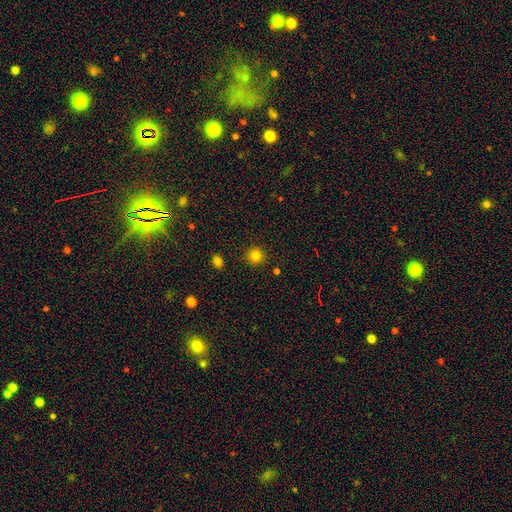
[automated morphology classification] A smooth galaxy with no disk features (81%) that is round (94%).

Vote fractions:
- Smooth or featured? smooth: 81% / star or artifact: 13% / featured or disk: 5%
- How rounded? round: 94% / in between: 5% / cigar-shaped: 1%
- Merging? none: 91% / minor disturbance: 6% / major disturbance: 2% / merger: 1%